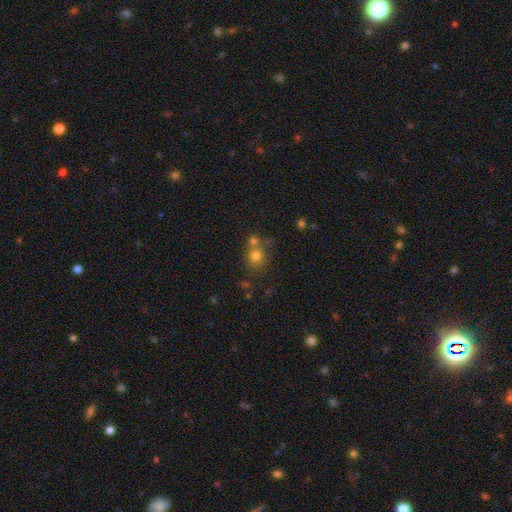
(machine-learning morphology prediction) Overall: smooth (75%). How rounded: round (80%). Merging: none (50%; merger 35%).